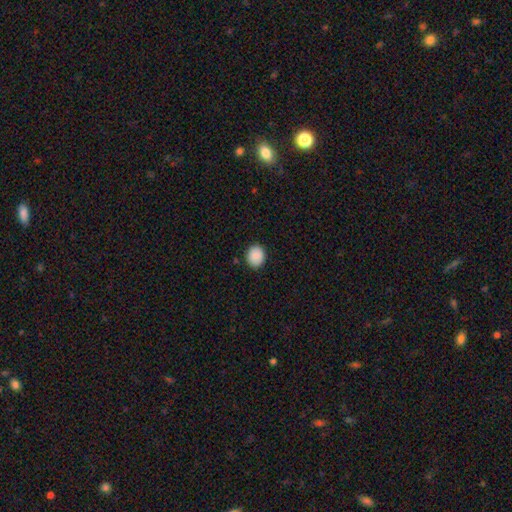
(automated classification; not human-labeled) smooth 89%, star or artifact 7%, featured or disk 3%. Down the decision tree: how rounded — round (69%); merging — none (89%).